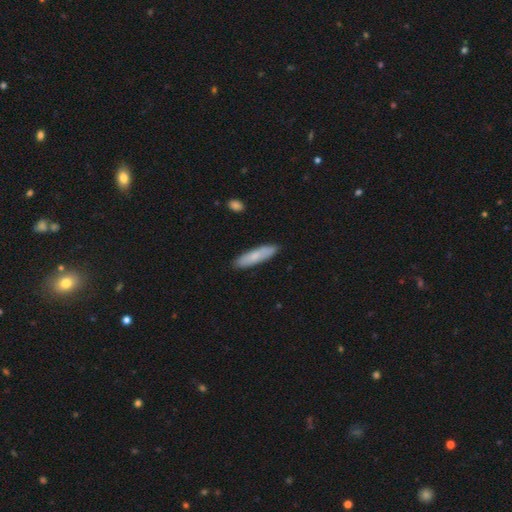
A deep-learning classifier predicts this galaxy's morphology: smooth_or_featured: smooth (p=0.74) [alt: featured or disk p=0.20]
how_rounded: cigar-shaped (p=0.77) [alt: in between p=0.22]
merging: none (p=0.87) [alt: minor disturbance p=0.10]